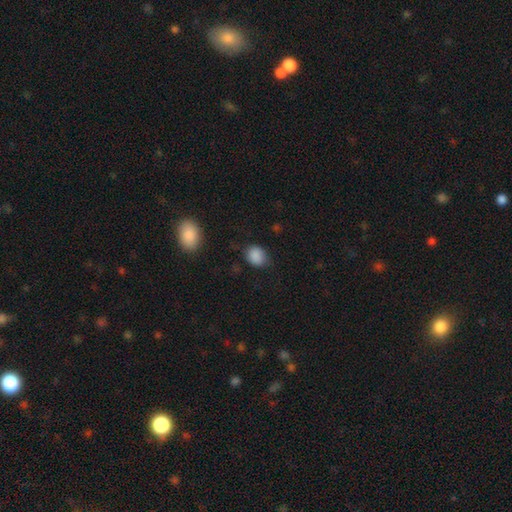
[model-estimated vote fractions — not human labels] smooth-or-featured: smooth: 87% | star or artifact: 9% | featured or disk: 4%
  how-rounded: in between: 50% | round: 49% | cigar-shaped: 1%
  merging: none: 74% | minor disturbance: 19% | major disturbance: 5% | merger: 2%